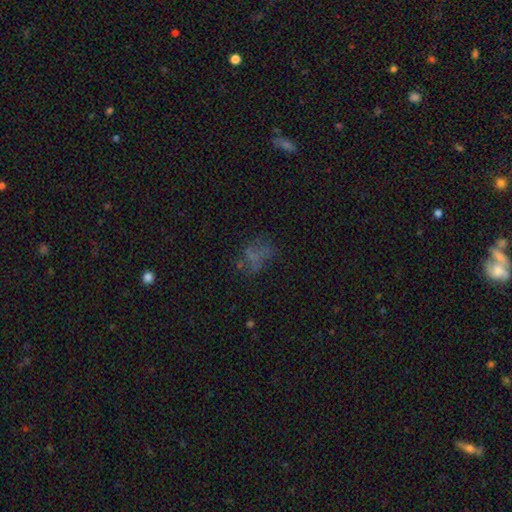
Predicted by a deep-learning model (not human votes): Smooth or featured: smooth — 44% (featured or disk — 29%)
Merging: none — 50% (major disturbance — 25%)